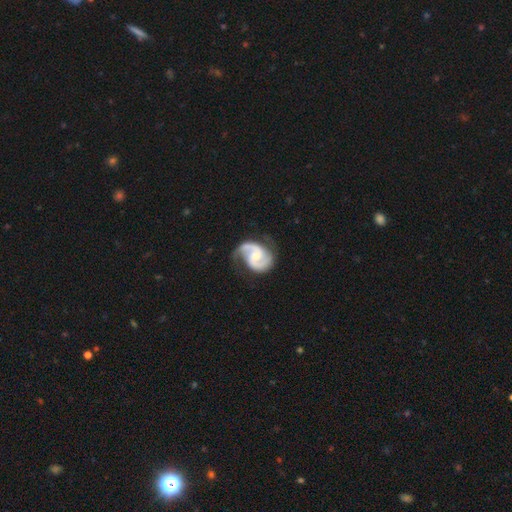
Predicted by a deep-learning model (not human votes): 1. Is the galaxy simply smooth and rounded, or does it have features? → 91% featured or disk, 5% smooth, 4% star or artifact.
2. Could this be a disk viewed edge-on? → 98% no, 2% yes.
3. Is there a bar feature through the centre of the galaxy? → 49% no, 41% weak, 10% strong.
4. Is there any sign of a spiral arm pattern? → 98% yes, 2% no.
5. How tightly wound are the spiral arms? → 57% medium, 25% tight, 17% loose.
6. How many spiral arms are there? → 92% 2, 3% 1, 2% can't tell, 1% 3, 1% 4, 1% more than 4.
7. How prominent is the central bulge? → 52% moderate, 41% small, 3% none, 3% large, 1% dominant.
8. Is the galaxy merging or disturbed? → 68% none, 22% minor disturbance, 8% major disturbance, 2% merger.